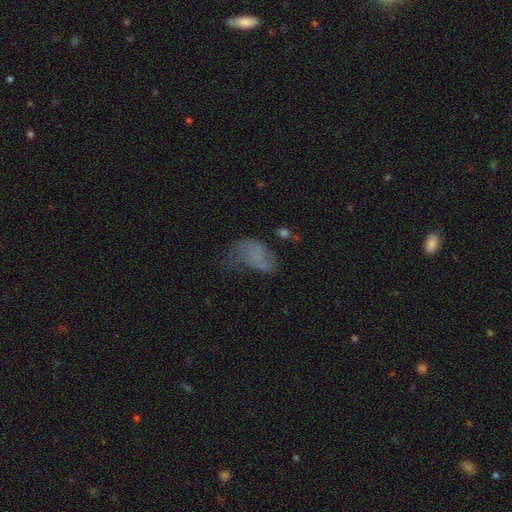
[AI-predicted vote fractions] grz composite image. It shows a smooth galaxy with no disk features (51%) that is in between round and cigar-shaped (90%). Merging: major disturbance (41%).